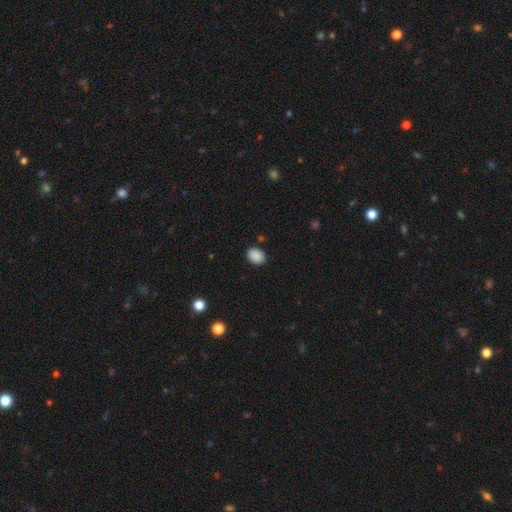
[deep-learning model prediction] Smooth or featured?
  - smooth: 89% *
  - star or artifact: 8%
  - featured or disk: 3%
How rounded?
  - in between: 67% *
  - round: 32%
  - cigar-shaped: 1%
Merging?
  - none: 86% *
  - minor disturbance: 11%
  - major disturbance: 2%
  - merger: 2%